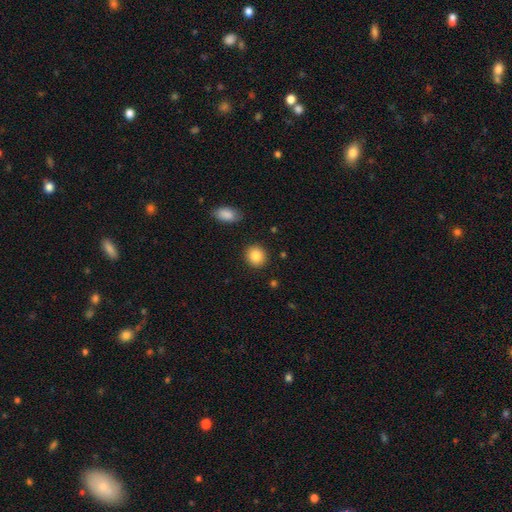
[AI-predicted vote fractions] Smooth or featured? Predicted: smooth (p=0.86). How rounded? Predicted: round (p=0.83). Merging? Predicted: none (p=0.90).